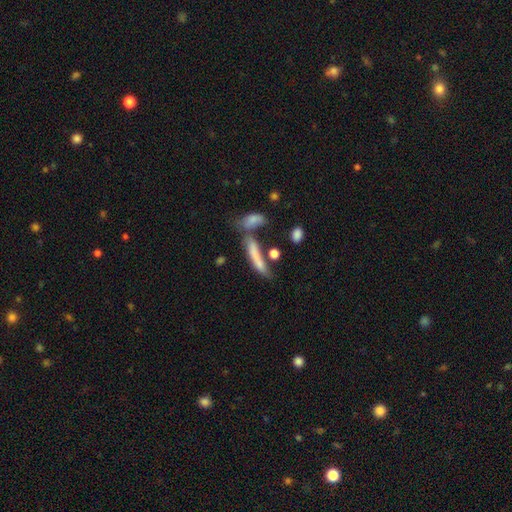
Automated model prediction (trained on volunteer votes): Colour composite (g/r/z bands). It shows a smooth galaxy with no disk features (66%) that is cigar-shaped (77%). Merging: none (41%).